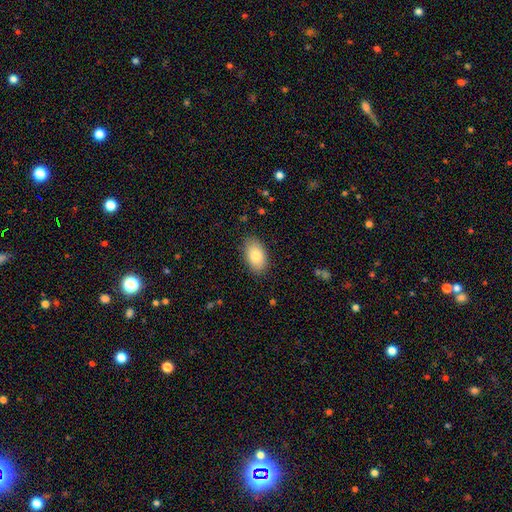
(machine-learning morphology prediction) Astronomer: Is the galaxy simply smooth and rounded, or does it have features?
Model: smooth — 84%.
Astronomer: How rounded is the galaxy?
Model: in between — 94%.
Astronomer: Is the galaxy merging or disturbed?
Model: none — 85%.